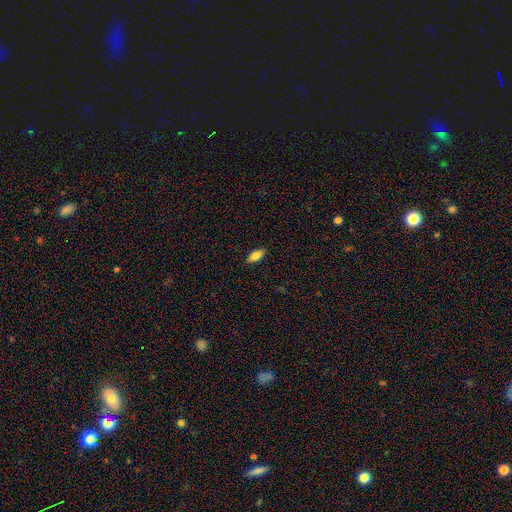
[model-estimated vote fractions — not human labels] Smooth or featured?
  - smooth: 82% *
  - featured or disk: 11%
  - star or artifact: 7%
How rounded?
  - in between: 83% *
  - cigar-shaped: 15%
  - round: 2%
Merging?
  - none: 88% *
  - minor disturbance: 9%
  - major disturbance: 2%
  - merger: 1%